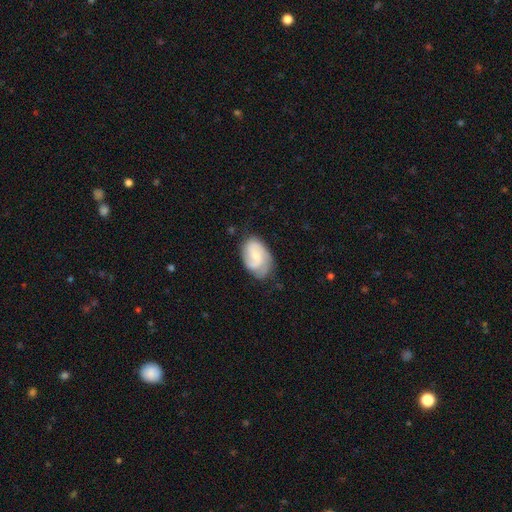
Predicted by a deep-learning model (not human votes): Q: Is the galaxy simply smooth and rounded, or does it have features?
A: featured or disk — 67%.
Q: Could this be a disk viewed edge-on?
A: no — 98%.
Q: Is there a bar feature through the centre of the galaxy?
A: no — 50%.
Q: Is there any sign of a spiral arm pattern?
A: yes — 93%.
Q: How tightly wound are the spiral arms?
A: medium — 45%.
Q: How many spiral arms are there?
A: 2 — 56%.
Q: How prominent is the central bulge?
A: small — 50%.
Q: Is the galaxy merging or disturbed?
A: none — 63%.